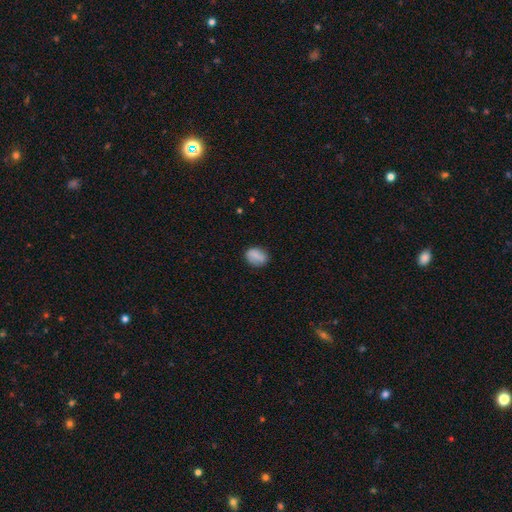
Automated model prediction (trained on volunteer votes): This appears to be a smooth galaxy with no disk features (79%) that is in between round and cigar-shaped (66%). Merging: none (80%).